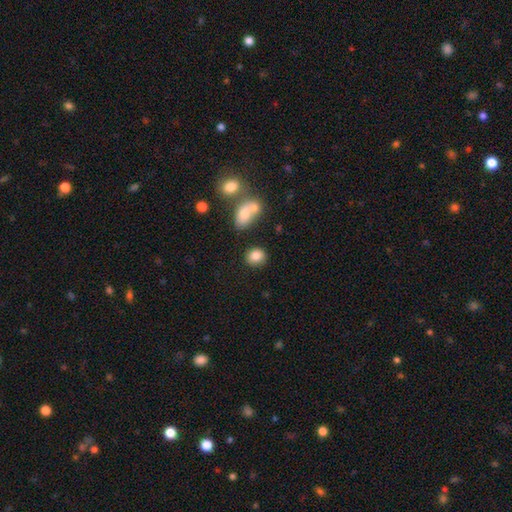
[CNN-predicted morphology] The model was most divided on "how rounded": round: 71%, in between: 28%, cigar-shaped: 1%. More confident: smooth or featured — smooth (84%); merging — none (82%).